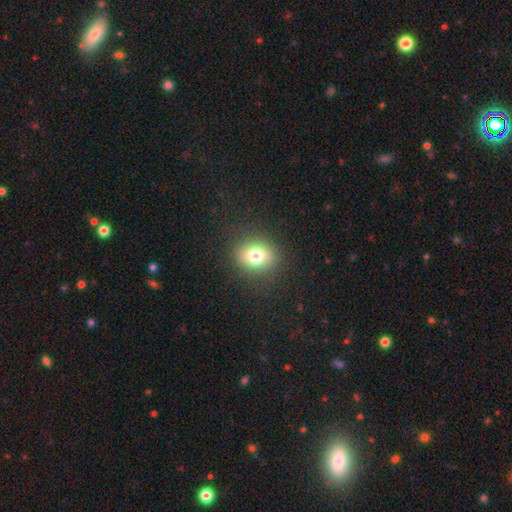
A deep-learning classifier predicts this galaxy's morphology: smooth_or_featured: smooth (p=0.76) [alt: star or artifact p=0.13]
how_rounded: round (p=0.61) [alt: in between p=0.38]
merging: none (p=0.87) [alt: minor disturbance p=0.08]